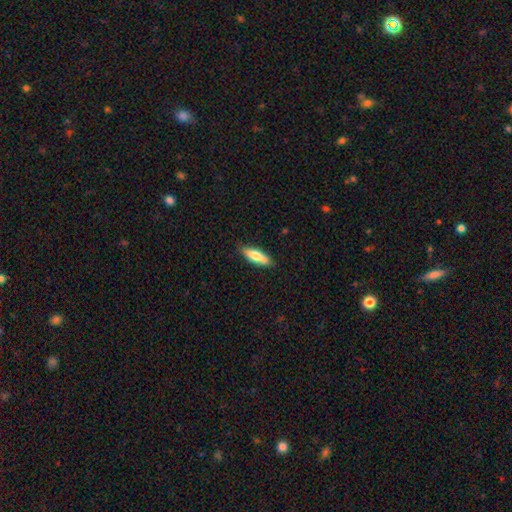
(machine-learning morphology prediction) A smooth galaxy with no disk features (72%) that is in between round and cigar-shaped (49%, tied with cigar-shaped). Merging: none (82%).